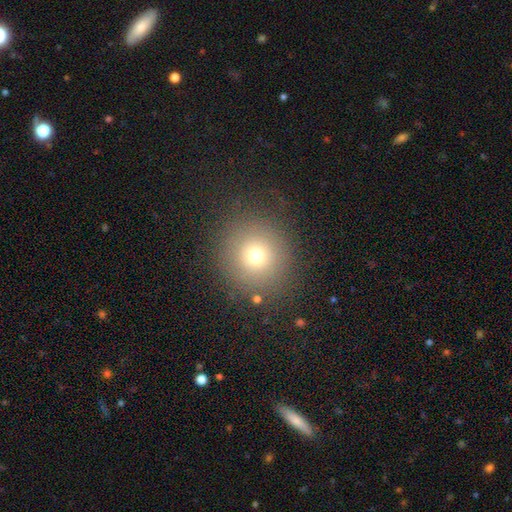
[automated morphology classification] A smooth galaxy with no disk features (70%) that is round (93%).

Vote fractions:
- Smooth or featured? smooth: 70% / star or artifact: 18% / featured or disk: 12%
- How rounded? round: 93% / in between: 6% / cigar-shaped: 1%
- Merging? none: 84% / minor disturbance: 9% / major disturbance: 5% / merger: 2%